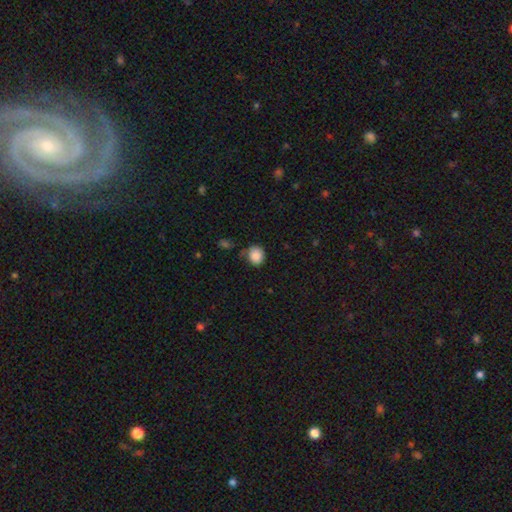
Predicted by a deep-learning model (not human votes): smooth 87%, star or artifact 8%, featured or disk 4%. Down the decision tree: how rounded — round (74%); merging — none (67%).